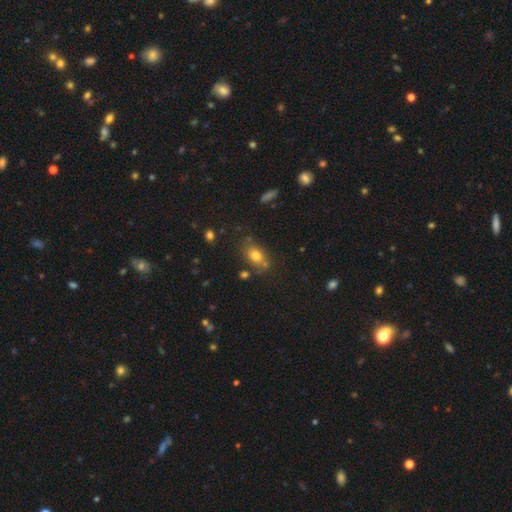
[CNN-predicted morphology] Q: Smooth or featured?
A: smooth (74%); runner-up: star or artifact (14%)
Q: How rounded?
A: in between (72%); runner-up: round (25%)
Q: Merging?
A: none (68%); runner-up: minor disturbance (16%)